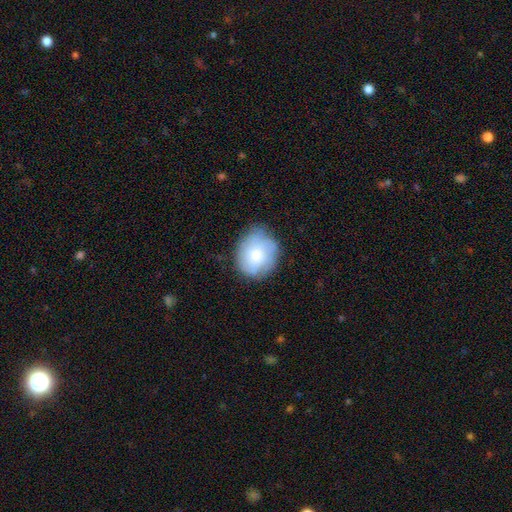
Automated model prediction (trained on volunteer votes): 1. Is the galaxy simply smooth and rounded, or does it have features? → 68% smooth, 24% featured or disk, 7% star or artifact.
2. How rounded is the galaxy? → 64% round, 35% in between, 1% cigar-shaped.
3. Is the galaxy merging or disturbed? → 64% none, 26% minor disturbance, 7% major disturbance, 2% merger.